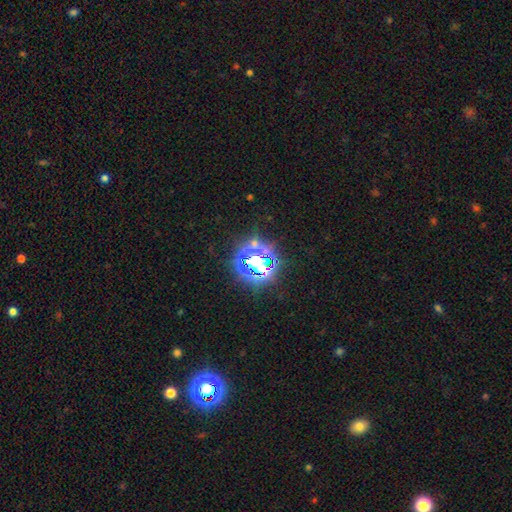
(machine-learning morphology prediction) smooth_or_featured: star or artifact (p=0.77) [alt: smooth p=0.15]